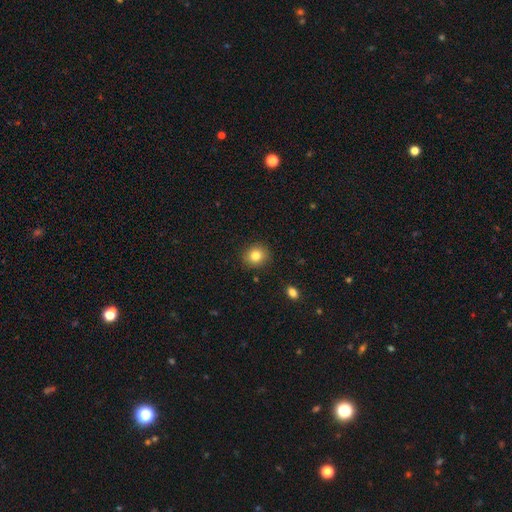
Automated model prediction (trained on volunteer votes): Smooth or featured: smooth — 83% (star or artifact — 10%)
How rounded: round — 81% (in between — 18%)
Merging: none — 90% (minor disturbance — 7%)